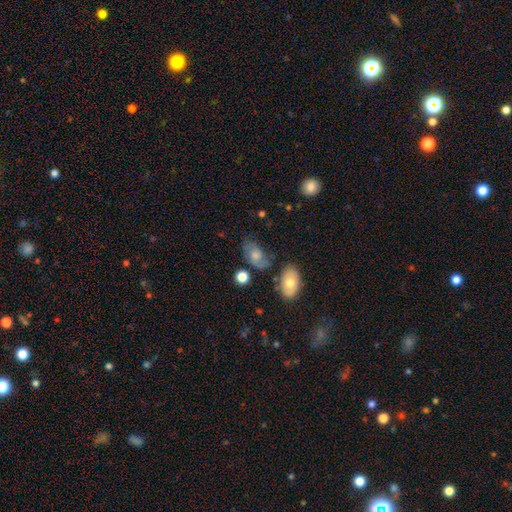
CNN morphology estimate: A smooth galaxy with no disk features (59%) that is in between round and cigar-shaped (88%).

Vote fractions:
- Smooth or featured? smooth: 59% / featured or disk: 31% / star or artifact: 10%
- How rounded? in between: 88% / round: 10% / cigar-shaped: 2%
- Merging? none: 55% / minor disturbance: 26% / major disturbance: 12% / merger: 8%